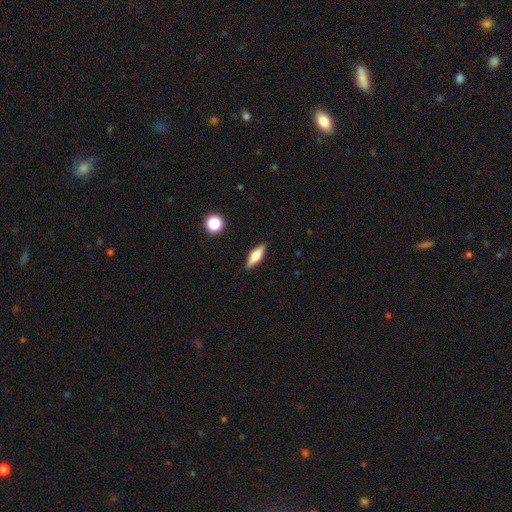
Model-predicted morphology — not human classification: The model was most divided on "how rounded": in between: 56%, cigar-shaped: 41%, round: 3%. More confident: merging — none (88%); smooth or featured — smooth (56%).